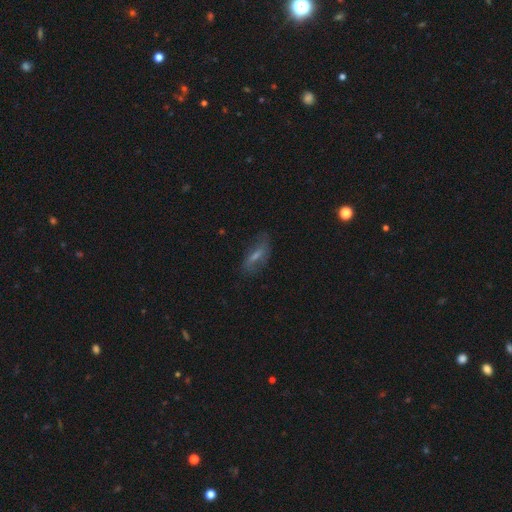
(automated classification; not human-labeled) Smooth or featured: featured or disk — 50% (smooth — 35%)
Edge-on disk: no — 77% (yes — 23%)
Merging: none — 68% (minor disturbance — 21%)